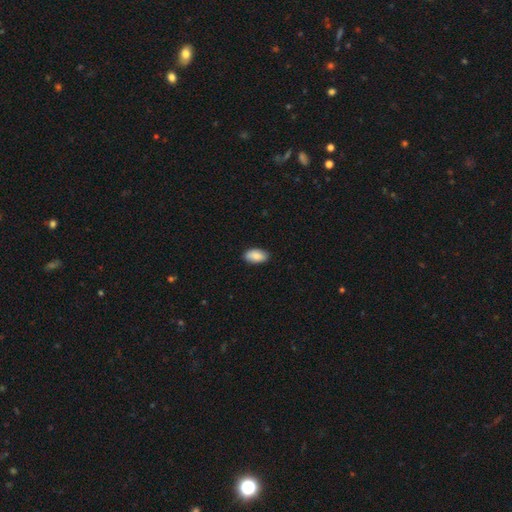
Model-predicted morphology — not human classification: Q: Smooth or featured?
A: smooth (86%); runner-up: featured or disk (7%)
Q: How rounded?
A: in between (94%); runner-up: round (4%)
Q: Merging?
A: none (88%); runner-up: minor disturbance (9%)